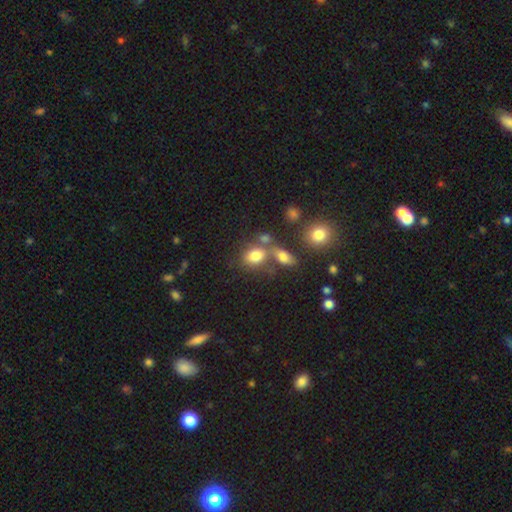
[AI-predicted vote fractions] Smooth or featured: smooth — 77% (star or artifact — 12%)
How rounded: in between — 68% (round — 30%)
Merging: none — 45% (merger — 35%)